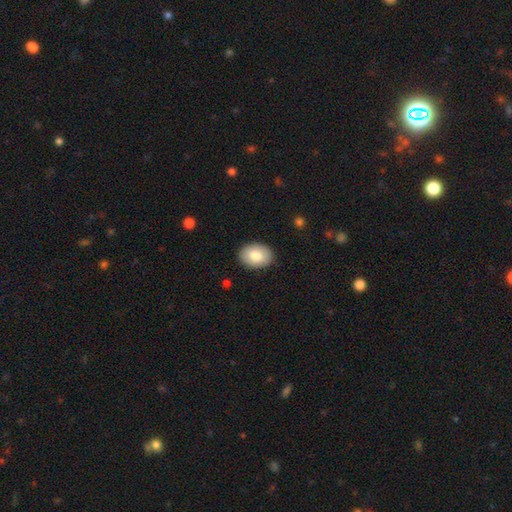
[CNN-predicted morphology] smooth-or-featured: smooth: 81% | featured or disk: 12% | star or artifact: 6%
  how-rounded: in between: 81% | round: 18% | cigar-shaped: 1%
  merging: none: 89% | minor disturbance: 8% | major disturbance: 2% | merger: 1%